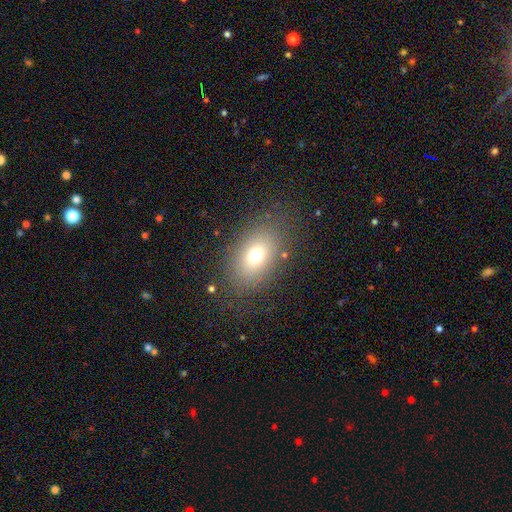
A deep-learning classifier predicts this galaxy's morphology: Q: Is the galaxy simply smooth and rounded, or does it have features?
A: smooth — 70%.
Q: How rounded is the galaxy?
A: in between — 75%.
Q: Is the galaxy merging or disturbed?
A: none — 80%.